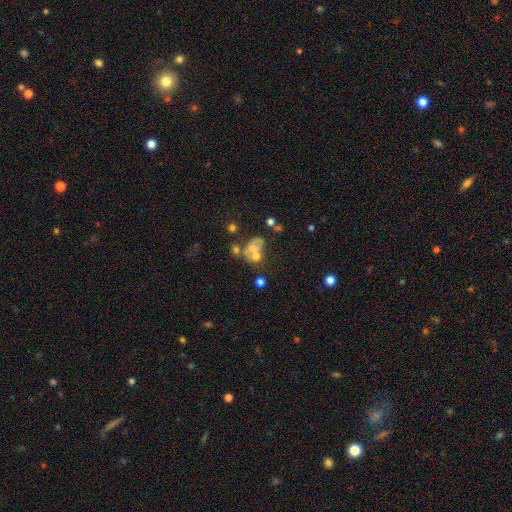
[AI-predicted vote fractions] Overall: smooth (47%; featured or disk 38%). Merging: merger (43%; none 27%).